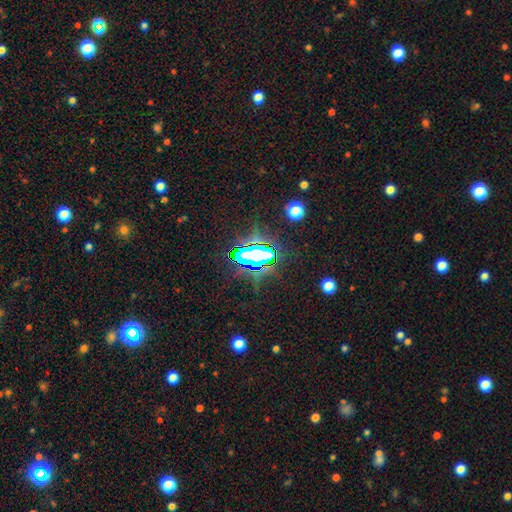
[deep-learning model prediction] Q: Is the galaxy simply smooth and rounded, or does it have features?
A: star or artifact — 73%.